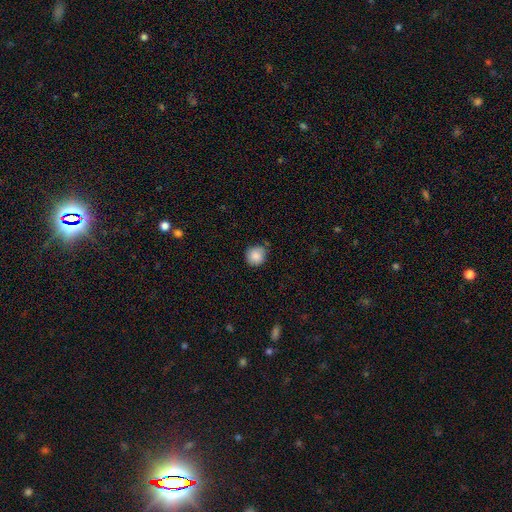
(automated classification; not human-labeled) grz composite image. It shows a smooth galaxy with no disk features (87%) that is round (91%). Merging: none (76%).